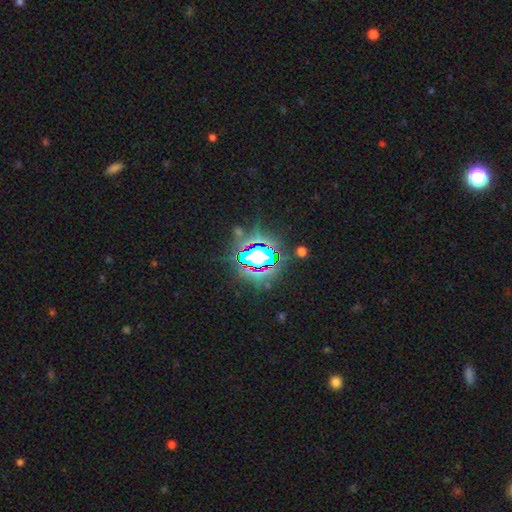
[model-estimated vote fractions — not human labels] smooth_or_featured: star or artifact (p=0.73) [alt: smooth p=0.16]